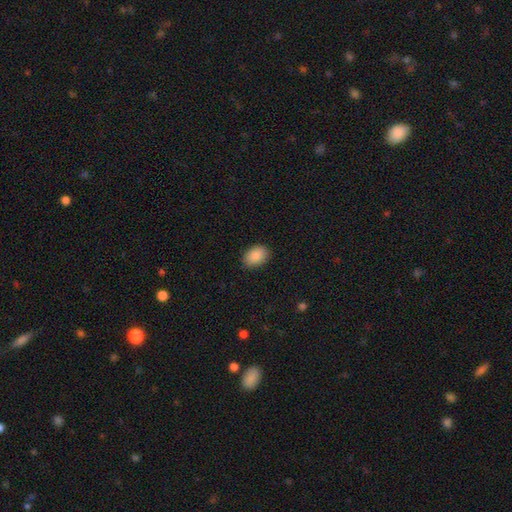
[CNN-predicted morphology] A smooth galaxy with no disk features (89%) that is in between round and cigar-shaped (84%). Merging: none (88%).